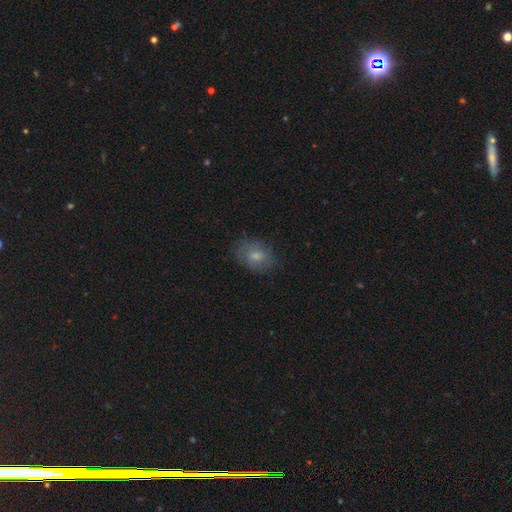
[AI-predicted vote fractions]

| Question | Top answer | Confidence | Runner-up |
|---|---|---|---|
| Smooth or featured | smooth | 61% | featured or disk (24%) |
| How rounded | in between | 66% | round (33%) |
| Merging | none | 78% | minor disturbance (16%) |